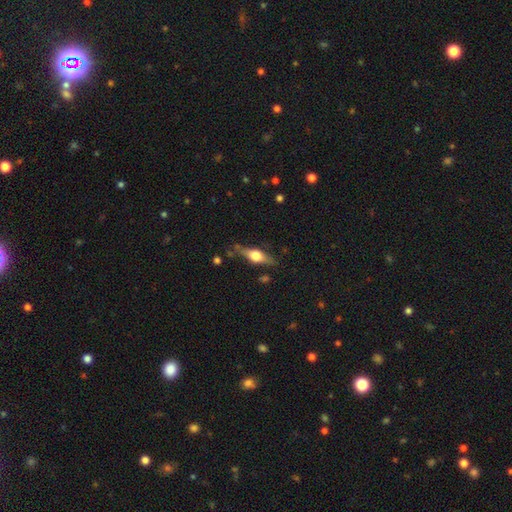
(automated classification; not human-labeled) This appears to be a featured or disk galaxy (58%) viewed edge-on (93%) with a rounded central bulge (93%). Merging: none (77%).